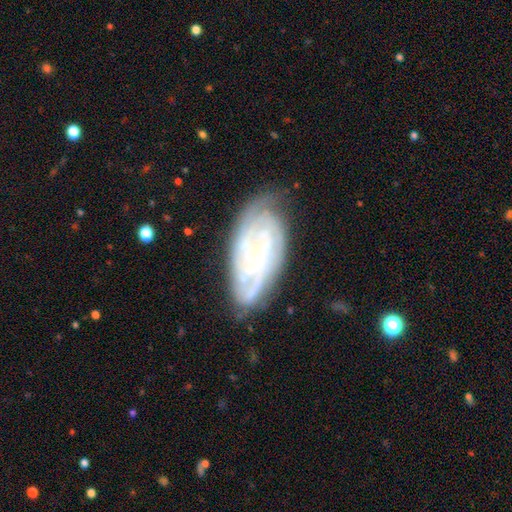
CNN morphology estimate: Smooth or featured? Predicted: featured or disk (p=0.81). Edge-on disk? Predicted: no (p=0.94). Bar? Predicted: no (p=0.75). Spiral arms? Predicted: yes (p=0.94). Spiral winding? Predicted: tight (p=0.74). Spiral arm count? Predicted: can't tell (p=0.38). Bulge size? Predicted: small (p=0.79). Merging? Predicted: none (p=0.70).